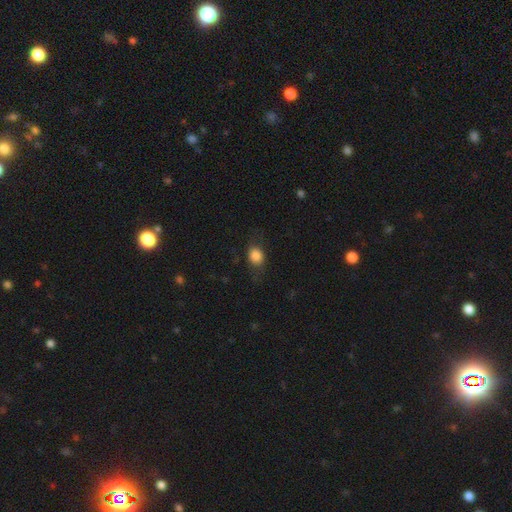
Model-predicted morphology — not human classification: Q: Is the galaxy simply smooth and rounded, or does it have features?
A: smooth — 81%.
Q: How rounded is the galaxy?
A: in between — 49%, tied with round.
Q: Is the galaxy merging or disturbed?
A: none — 69%.